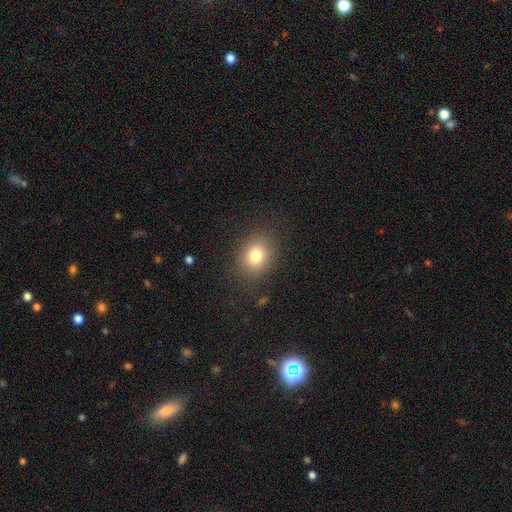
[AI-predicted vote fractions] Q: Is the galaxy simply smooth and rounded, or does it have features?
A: smooth — 79%.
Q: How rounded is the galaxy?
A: round — 59%.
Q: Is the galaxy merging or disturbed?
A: none — 85%.